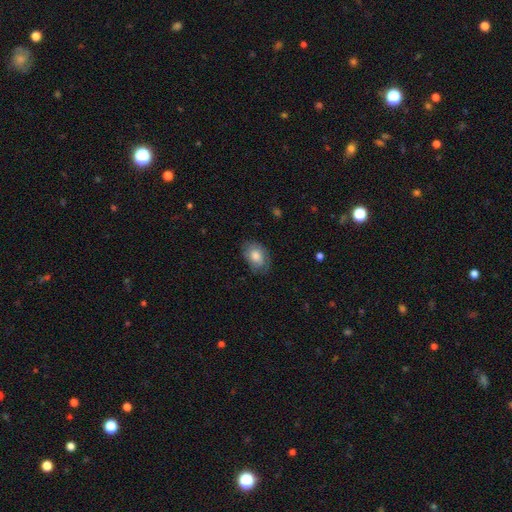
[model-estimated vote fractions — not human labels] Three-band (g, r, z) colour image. It shows a smooth galaxy with no disk features (69%) that is in between round and cigar-shaped (78%). Merging: none (70%).